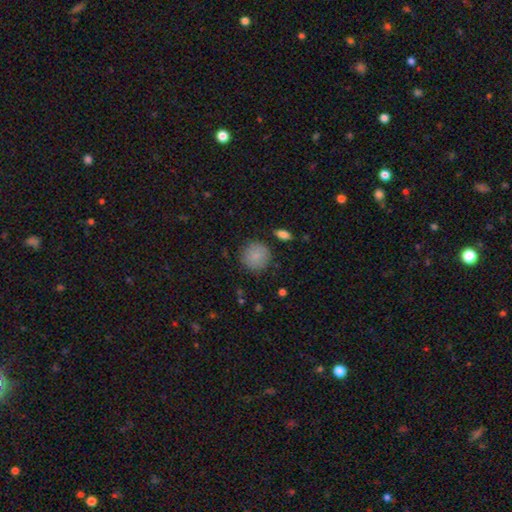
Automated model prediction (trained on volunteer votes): Smooth or featured? smooth (84%)
How rounded? round (93%)
Merging? none (85%)